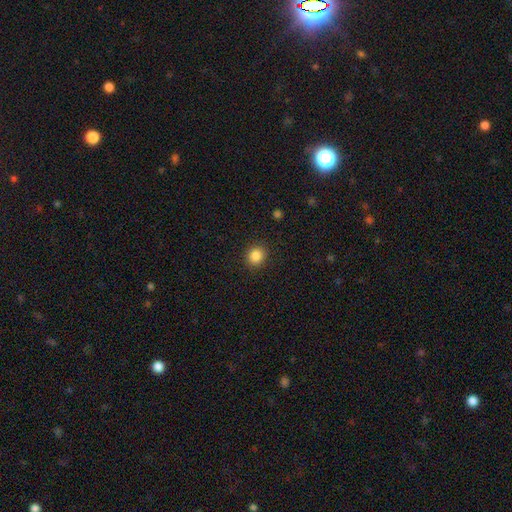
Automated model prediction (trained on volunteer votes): smooth_or_featured: smooth (p=0.85) [alt: star or artifact p=0.11]
how_rounded: round (p=0.85) [alt: in between p=0.14]
merging: none (p=0.91) [alt: minor disturbance p=0.06]